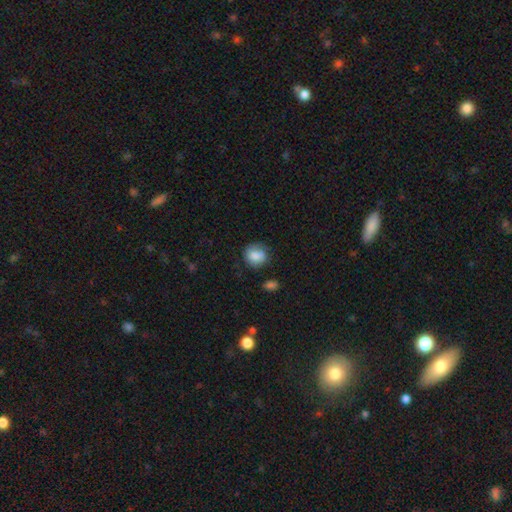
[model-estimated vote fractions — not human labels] Overall: smooth (78%). How rounded: round (74%). Merging: none (67%).